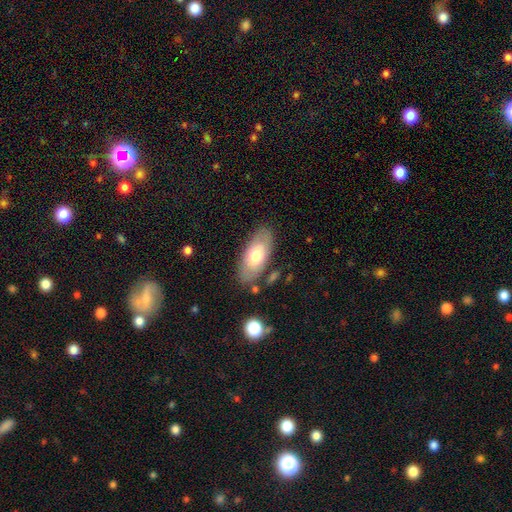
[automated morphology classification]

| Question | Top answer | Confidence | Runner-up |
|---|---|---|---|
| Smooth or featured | smooth | 64% | featured or disk (30%) |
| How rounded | in between | 90% | cigar-shaped (7%) |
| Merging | none | 80% | minor disturbance (13%) |